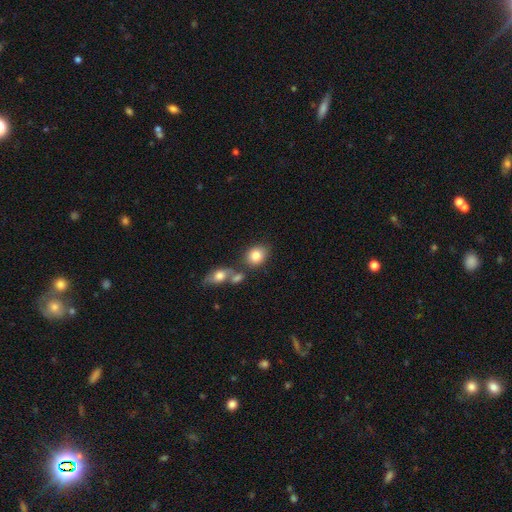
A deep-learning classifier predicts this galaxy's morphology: A smooth galaxy with no disk features (83%) that is round (51%). Merging: none (59%).